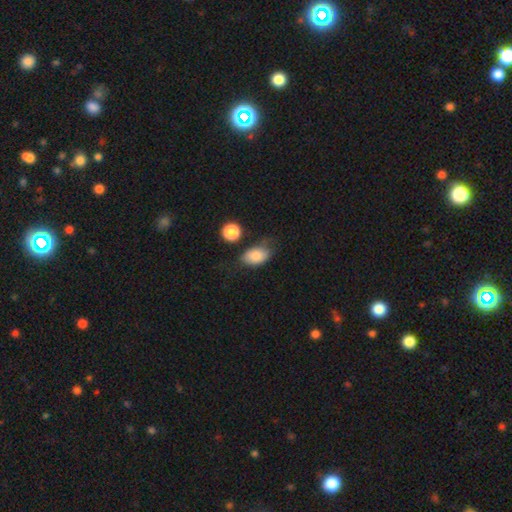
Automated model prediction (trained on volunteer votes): smooth 81%, featured or disk 11%, star or artifact 8%. Down the decision tree: how rounded — in between (86%); merging — none (59%).